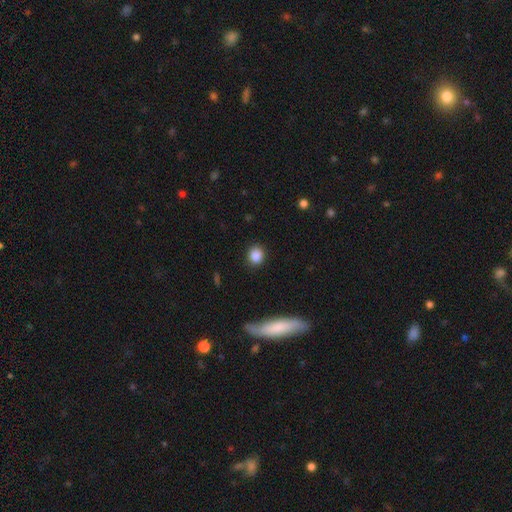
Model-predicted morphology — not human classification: Q: Smooth or featured?
A: smooth (86%); runner-up: star or artifact (9%)
Q: How rounded?
A: round (75%); runner-up: in between (24%)
Q: Merging?
A: none (89%); runner-up: minor disturbance (8%)